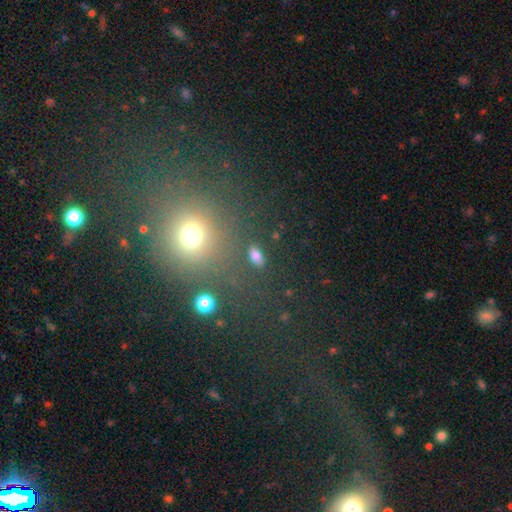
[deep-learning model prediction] This is likely a smooth galaxy (76%). How rounded: clearly in between (85%). Merging: clearly none (85%).